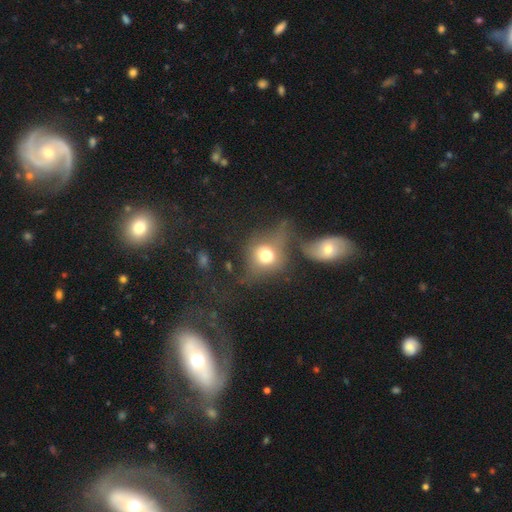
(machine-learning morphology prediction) A featured or disk galaxy (40%). Merging: none (52%).